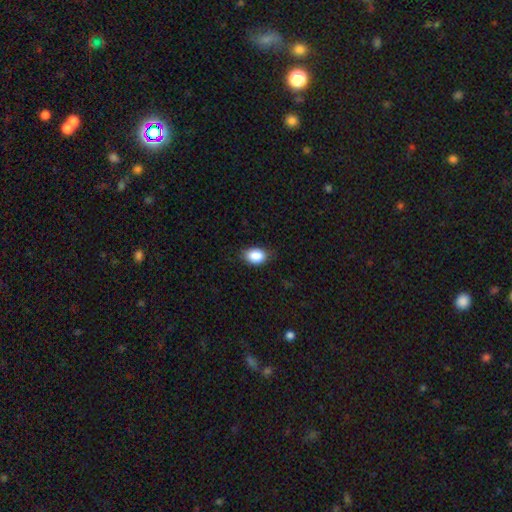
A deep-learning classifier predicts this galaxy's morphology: Overall: smooth (88%). How rounded: in between (78%). Merging: none (79%).